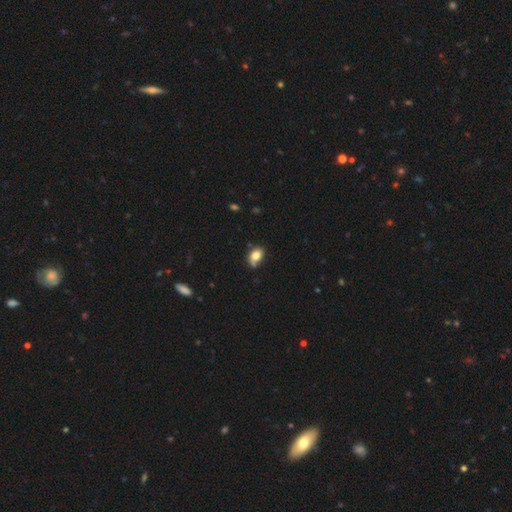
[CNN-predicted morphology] A smooth galaxy with no disk features (77%) that is in between round and cigar-shaped (74%).

Vote fractions:
- Smooth or featured? smooth: 77% / featured or disk: 14% / star or artifact: 9%
- How rounded? in between: 74% / round: 25% / cigar-shaped: 1%
- Merging? none: 53% / minor disturbance: 30% / merger: 9% / major disturbance: 9%